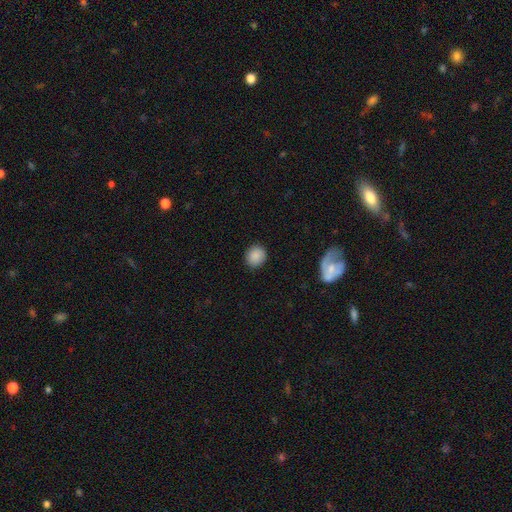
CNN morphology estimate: Smooth or featured? Predicted: smooth (p=0.87). How rounded? Predicted: round (p=0.84). Merging? Predicted: none (p=0.89).